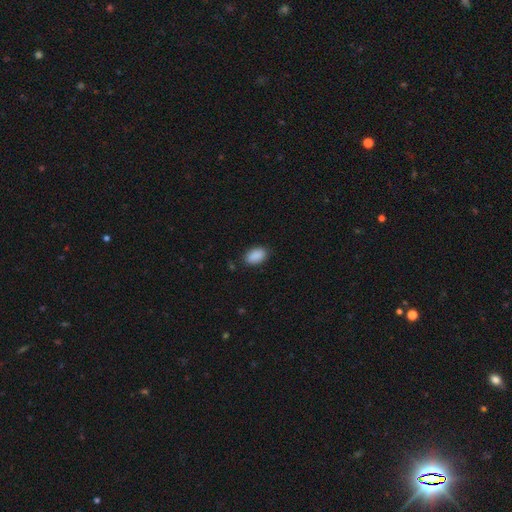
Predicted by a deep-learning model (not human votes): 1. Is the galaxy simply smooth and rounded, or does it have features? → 90% smooth, 7% star or artifact, 3% featured or disk.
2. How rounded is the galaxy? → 92% in between, 6% round, 2% cigar-shaped.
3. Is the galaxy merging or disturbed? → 85% none, 11% minor disturbance, 2% major disturbance, 1% merger.